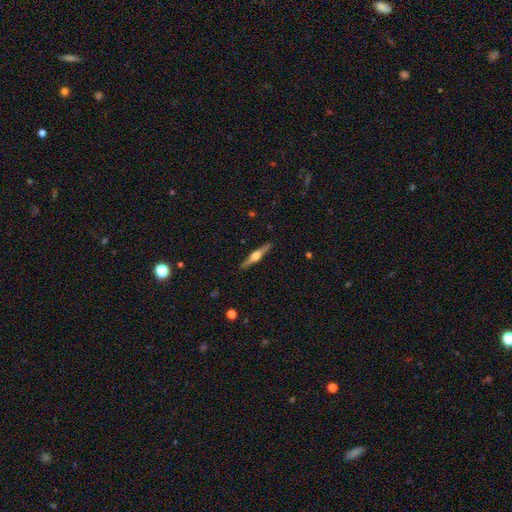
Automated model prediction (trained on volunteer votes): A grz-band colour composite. It shows a featured or disk galaxy (77%) viewed edge-on (98%) with a rounded central bulge (93%). Merging: none (91%).